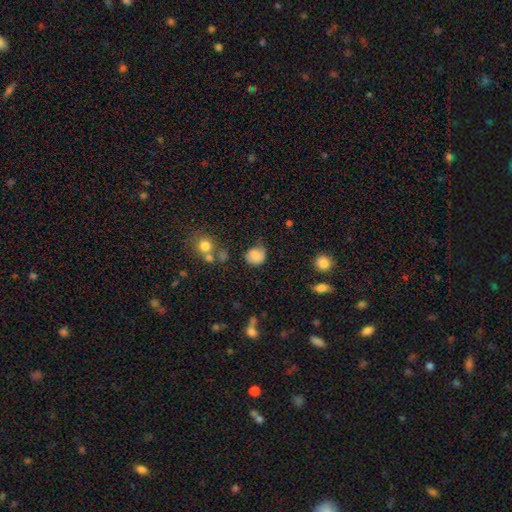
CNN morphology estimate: type=smooth (75%); roundness=round (74%); merging=none (60%).